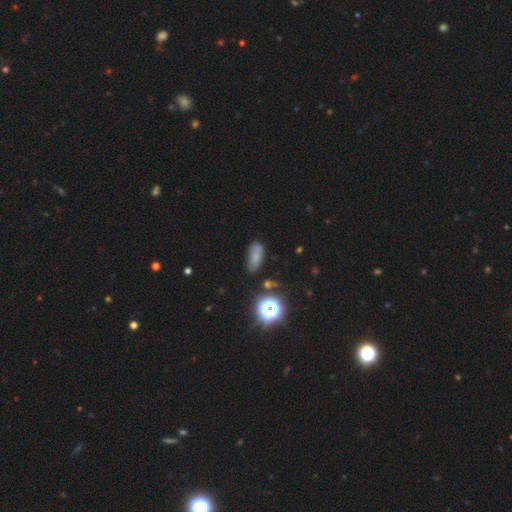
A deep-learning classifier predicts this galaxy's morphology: This is likely a smooth galaxy (66%). How rounded: clearly in between (82%). Merging: likely none (61%).